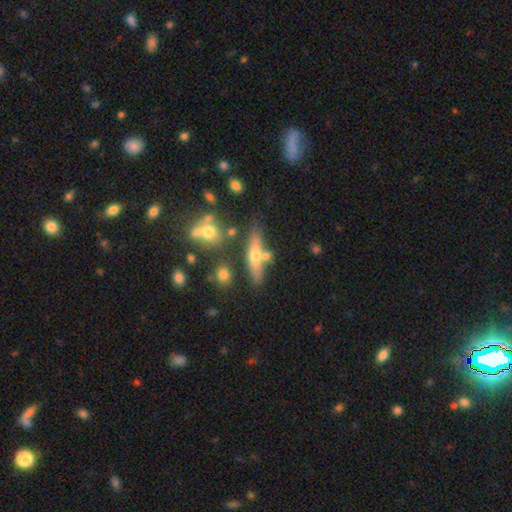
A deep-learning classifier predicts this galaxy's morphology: featured or disk 50%, smooth 41%, star or artifact 9%. Down the decision tree: edge-on disk — yes (85%); merging — none (66%).